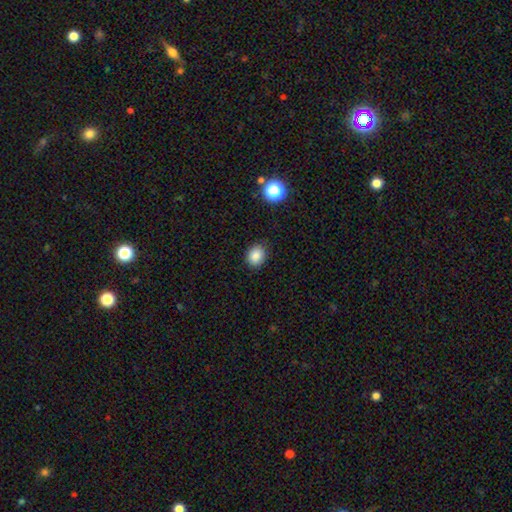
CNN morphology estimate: type=smooth (85%); roundness=round (53%); merging=none (86%).